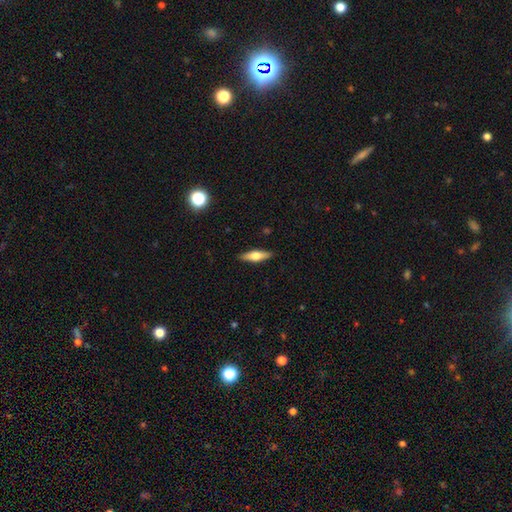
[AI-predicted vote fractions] Smooth or featured? Predicted: smooth (p=0.50). Merging? Predicted: none (p=0.89).